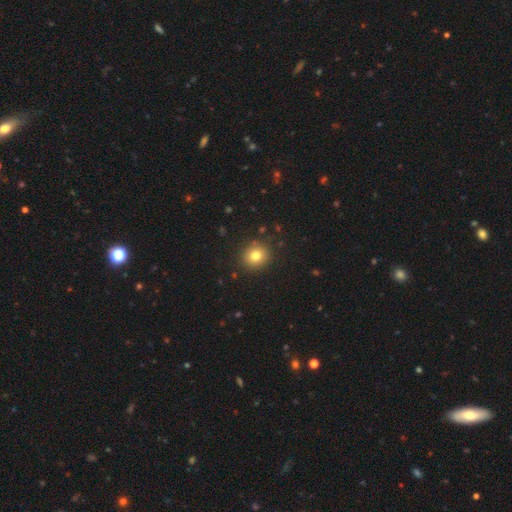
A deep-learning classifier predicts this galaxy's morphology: type=smooth (79%); roundness=round (89%); merging=none (90%).